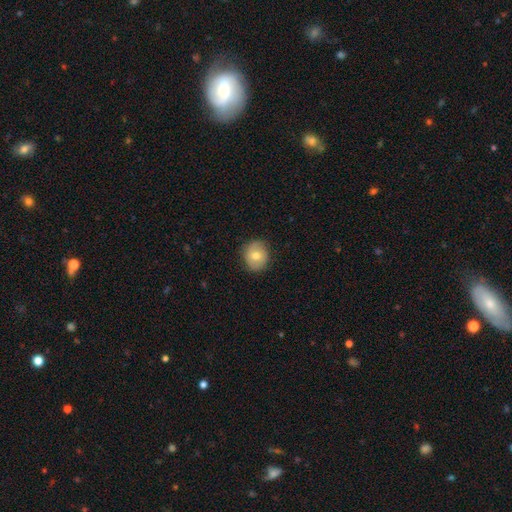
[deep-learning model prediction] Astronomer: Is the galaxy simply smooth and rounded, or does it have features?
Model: smooth — 67%.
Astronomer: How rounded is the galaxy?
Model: round — 77%.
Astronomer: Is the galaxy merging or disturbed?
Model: none — 83%.